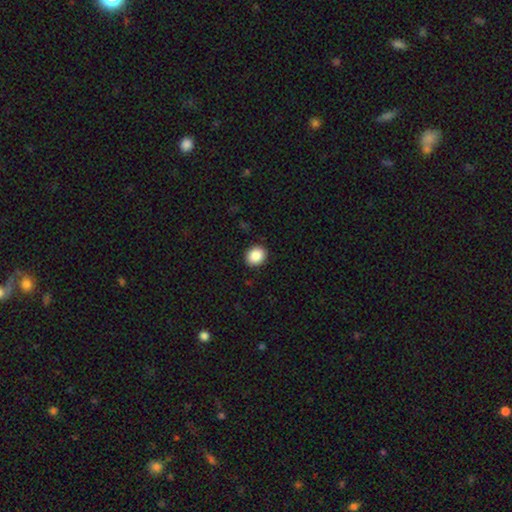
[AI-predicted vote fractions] smooth_or_featured: smooth (p=0.89) [alt: star or artifact p=0.08]
how_rounded: round (p=0.71) [alt: in between p=0.28]
merging: none (p=0.91) [alt: minor disturbance p=0.06]